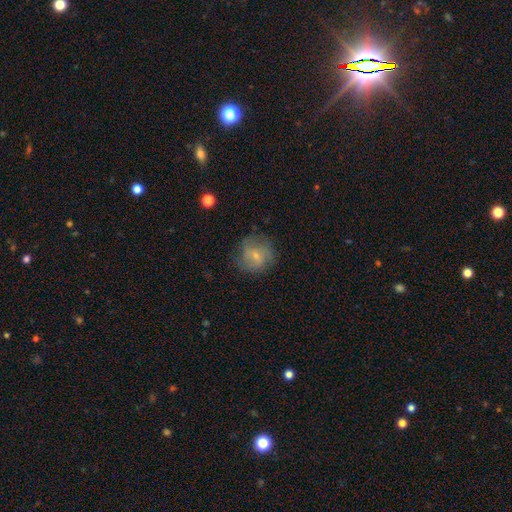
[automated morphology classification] smooth 53%, featured or disk 38%, star or artifact 9%. Down the decision tree: how rounded — round (86%); merging — none (67%).